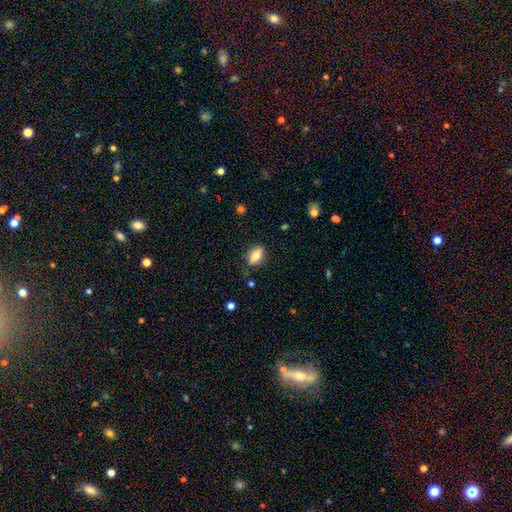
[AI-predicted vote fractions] A smooth galaxy with no disk features (77%) that is in between round and cigar-shaped (80%). Merging: none (80%).